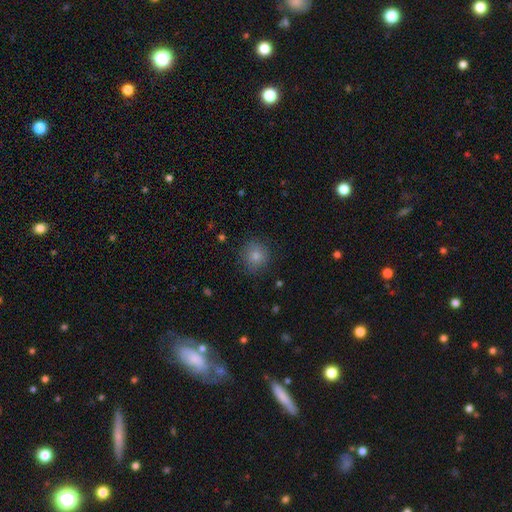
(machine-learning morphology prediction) Smooth or featured? smooth (82%)
How rounded? round (90%)
Merging? none (85%)